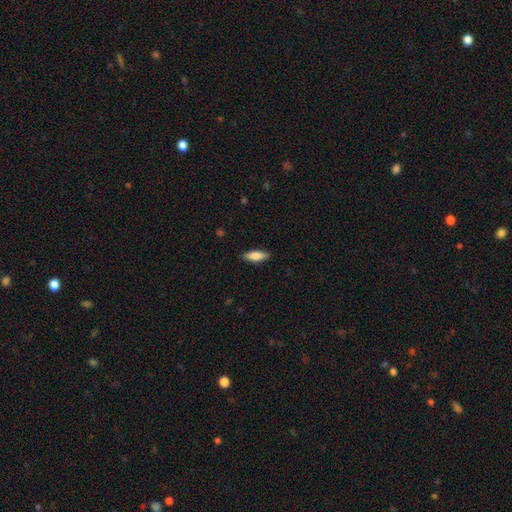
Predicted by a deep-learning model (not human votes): The model was most divided on "how rounded": in between: 59%, cigar-shaped: 39%, round: 2%. More confident: merging — none (88%); smooth or featured — smooth (83%).